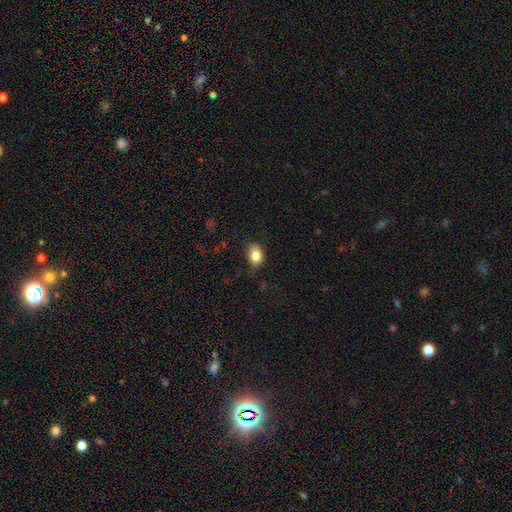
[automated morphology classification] Smooth or featured: smooth — 83% (star or artifact — 9%)
How rounded: in between — 76% (round — 23%)
Merging: none — 67% (minor disturbance — 26%)